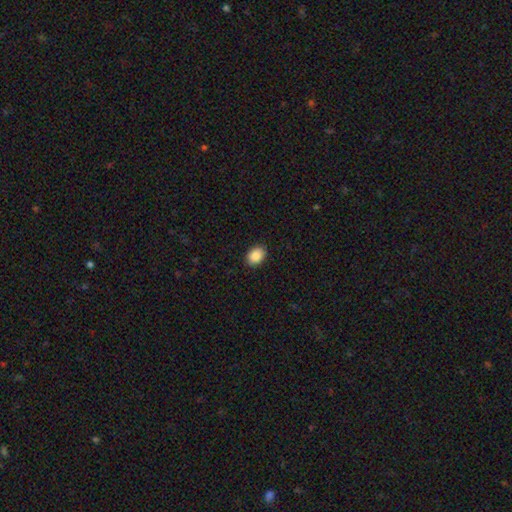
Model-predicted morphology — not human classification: Smooth or featured? smooth (89%)
How rounded? in between (76%)
Merging? none (90%)